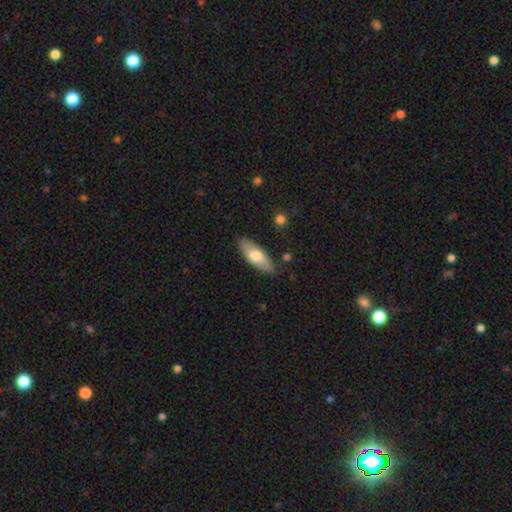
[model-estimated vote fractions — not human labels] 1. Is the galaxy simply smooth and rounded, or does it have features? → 69% smooth, 26% featured or disk, 5% star or artifact.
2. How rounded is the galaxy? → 74% in between, 24% cigar-shaped, 2% round.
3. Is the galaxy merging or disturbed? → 86% none, 10% minor disturbance, 2% major disturbance, 2% merger.